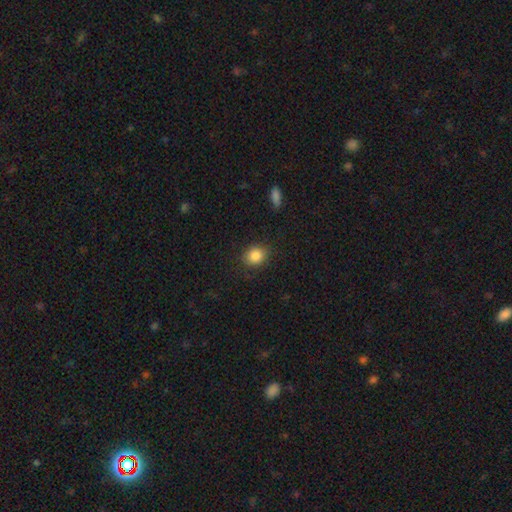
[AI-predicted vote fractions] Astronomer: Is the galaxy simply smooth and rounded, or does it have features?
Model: smooth — 86%.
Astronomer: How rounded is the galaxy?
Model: round — 70%.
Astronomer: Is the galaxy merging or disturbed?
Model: none — 84%.